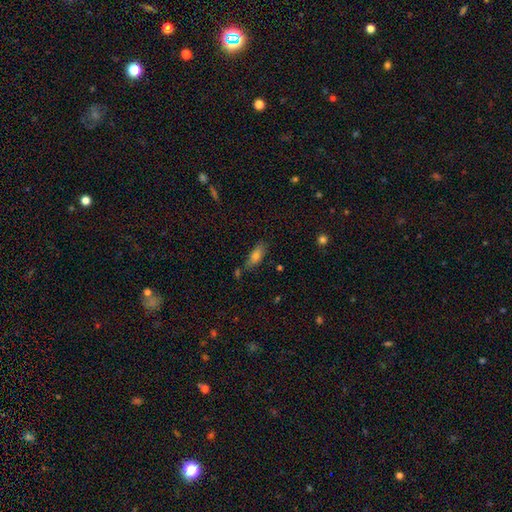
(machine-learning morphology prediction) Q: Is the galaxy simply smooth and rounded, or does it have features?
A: smooth — 78%.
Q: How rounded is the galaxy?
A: in between — 77%.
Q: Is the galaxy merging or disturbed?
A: none — 68%.